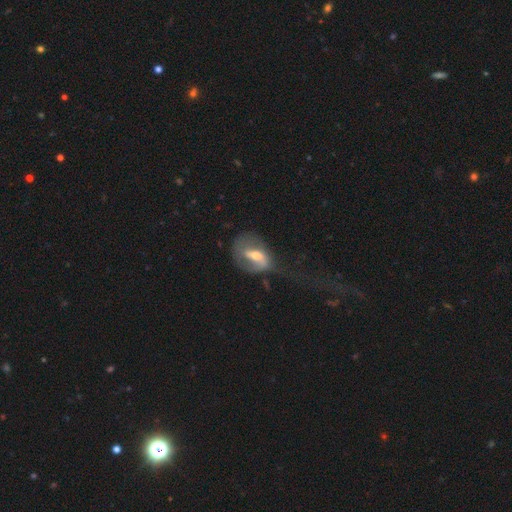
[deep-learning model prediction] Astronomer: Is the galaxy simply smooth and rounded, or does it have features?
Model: featured or disk — 59%.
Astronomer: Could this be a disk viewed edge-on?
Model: no — 93%.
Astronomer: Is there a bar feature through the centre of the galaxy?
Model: weak — 40% (runner-up: strong, 33%).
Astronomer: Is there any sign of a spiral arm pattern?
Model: yes — 58% (runner-up: no, 42%).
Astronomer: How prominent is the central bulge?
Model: moderate — 64%.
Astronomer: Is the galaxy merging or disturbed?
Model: none — 36%, tied with major disturbance at 36%.